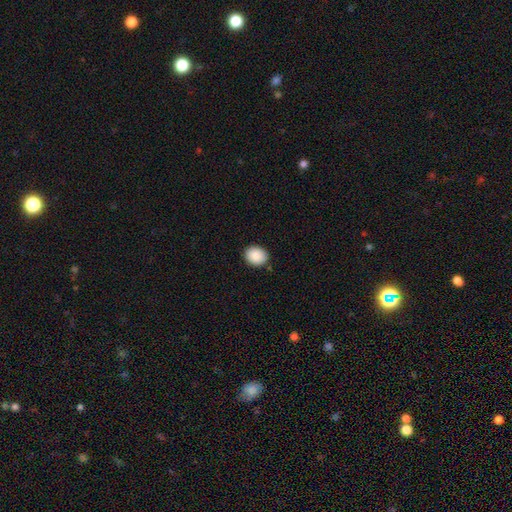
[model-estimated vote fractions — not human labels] A smooth galaxy with no disk features (89%) that is round (55%).

Vote fractions:
- Smooth or featured? smooth: 89% / star or artifact: 7% / featured or disk: 3%
- How rounded? round: 55% / in between: 44% / cigar-shaped: 1%
- Merging? none: 88% / minor disturbance: 9% / major disturbance: 2% / merger: 1%